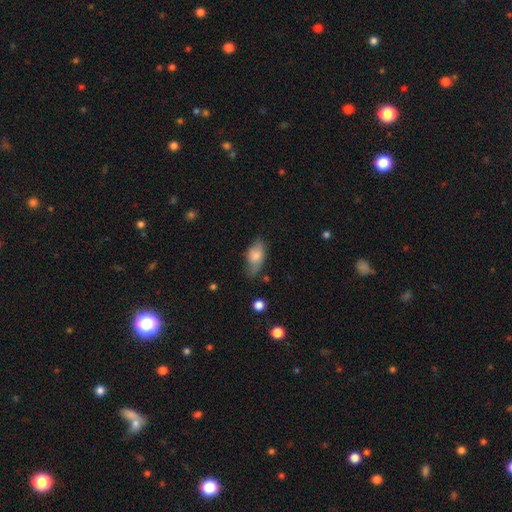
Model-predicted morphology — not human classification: smooth_or_featured: smooth (p=0.72) [alt: featured or disk p=0.21]
how_rounded: in between (p=0.90) [alt: cigar-shaped p=0.05]
merging: none (p=0.58) [alt: minor disturbance p=0.31]